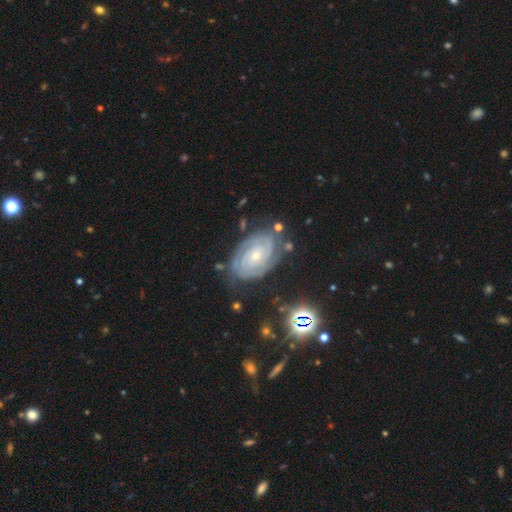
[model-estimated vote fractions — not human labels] Smooth or featured? featured or disk (86%)
Edge-on disk? no (97%)
Bar? no (66%)
Spiral arms? yes (97%)
Spiral winding? tight (80%)
Spiral arm count? 2 (46%)
Bulge size? small (65%)
Merging? none (74%)